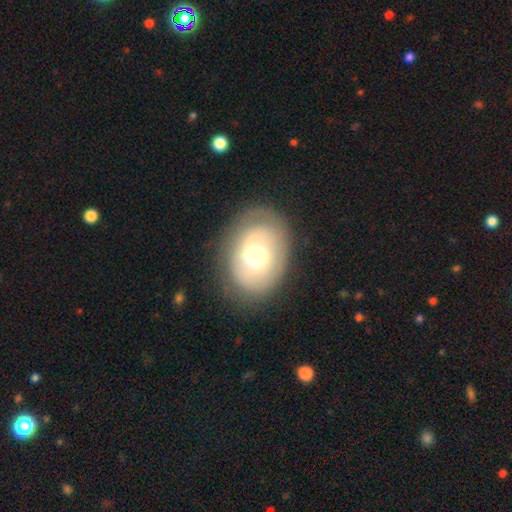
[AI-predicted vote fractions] This appears to be a featured or disk galaxy (60%) with no bar (54%), spiral arms (79%) and a moderate central bulge (56%). Merging: none (73%).